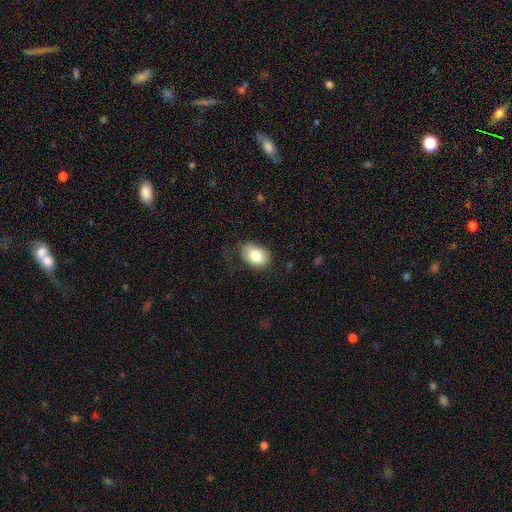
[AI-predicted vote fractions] smooth-or-featured: smooth: 82% | featured or disk: 11% | star or artifact: 8%
  how-rounded: in between: 74% | round: 25% | cigar-shaped: 1%
  merging: none: 66% | minor disturbance: 24% | major disturbance: 9% | merger: 1%